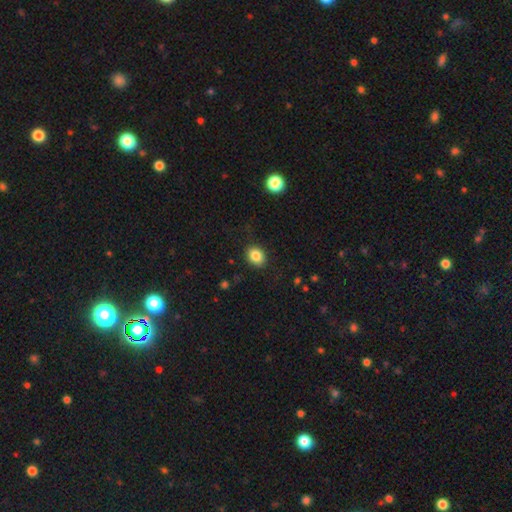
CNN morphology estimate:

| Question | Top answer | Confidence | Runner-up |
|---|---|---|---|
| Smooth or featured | smooth | 85% | star or artifact (9%) |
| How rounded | in between | 52% | round (47%) |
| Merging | none | 86% | minor disturbance (10%) |